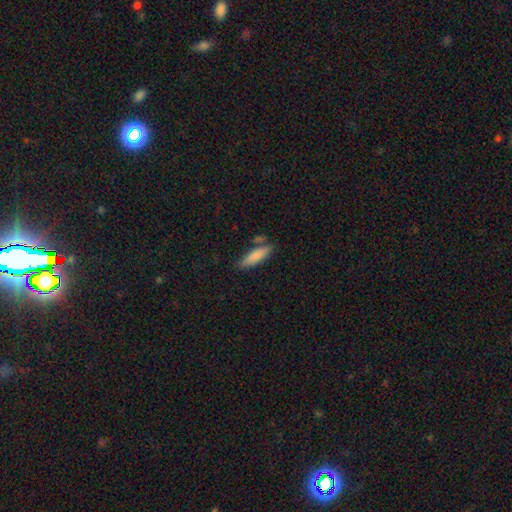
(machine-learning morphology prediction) This appears to be a smooth galaxy with no disk features (83%) that is cigar-shaped (61%). Merging: none (71%).